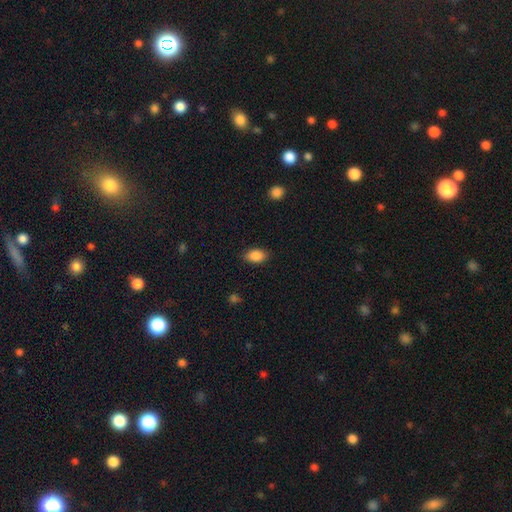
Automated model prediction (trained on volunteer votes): smooth_or_featured: smooth (p=0.88) [alt: star or artifact p=0.08]
how_rounded: in between (p=0.89) [alt: round p=0.09]
merging: none (p=0.86) [alt: minor disturbance p=0.11]